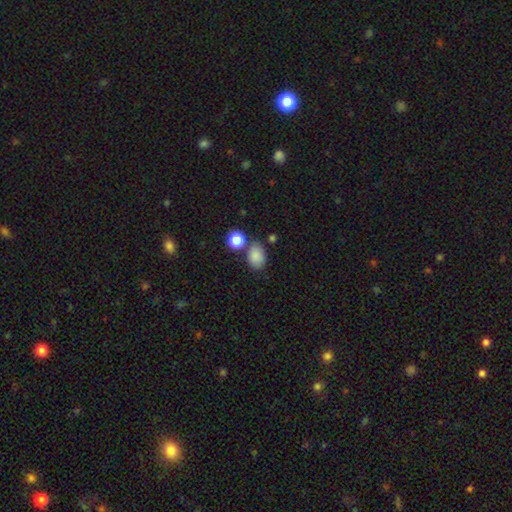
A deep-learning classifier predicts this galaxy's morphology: smooth 84%, star or artifact 10%, featured or disk 6%. Down the decision tree: how rounded — in between (76%); merging — none (66%).